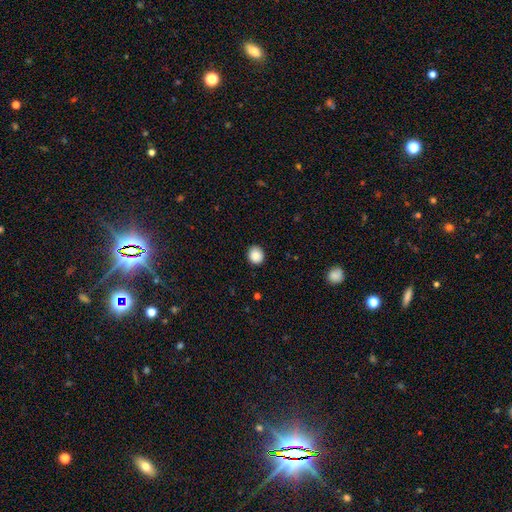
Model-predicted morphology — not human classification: smooth-or-featured: smooth: 88% | star or artifact: 9% | featured or disk: 3%
  how-rounded: round: 84% | in between: 15% | cigar-shaped: 1%
  merging: none: 91% | minor disturbance: 6% | major disturbance: 2% | merger: 1%